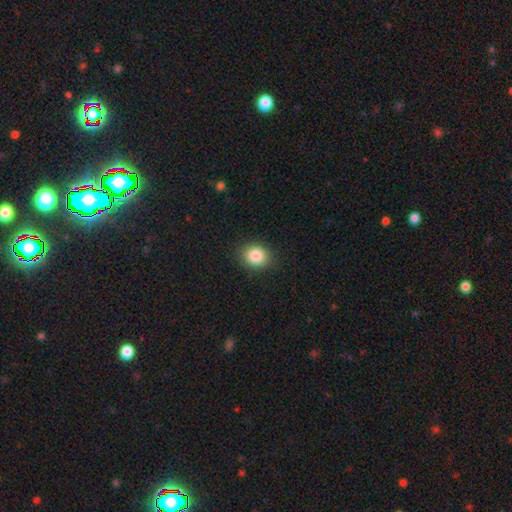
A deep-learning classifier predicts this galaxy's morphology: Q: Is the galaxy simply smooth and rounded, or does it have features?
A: smooth — 85%.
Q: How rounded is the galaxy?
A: round — 71%.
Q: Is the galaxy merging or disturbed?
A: none — 88%.